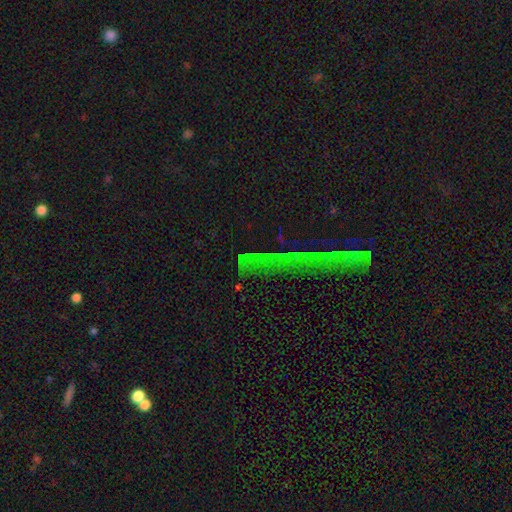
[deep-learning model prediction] This is likely a star or artifact rather than a galaxy (72%).